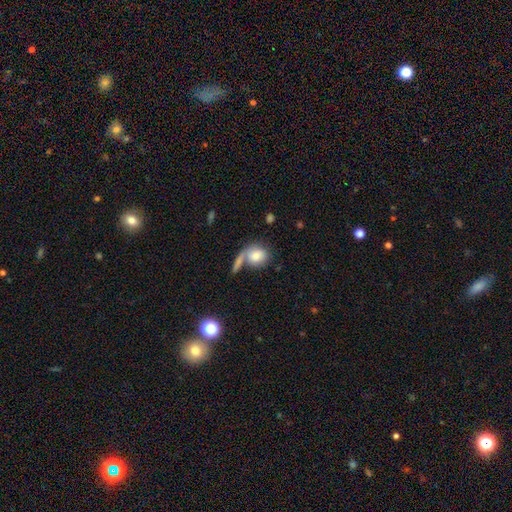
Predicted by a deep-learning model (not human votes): Overall: smooth (77%). How rounded: round (57%; in between 41%). Merging: none (43%; merger 34%).